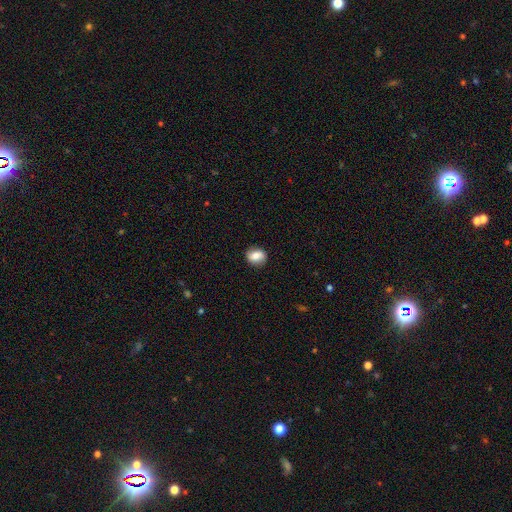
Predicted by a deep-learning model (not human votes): This appears to be a smooth galaxy with no disk features (75%) that is round (54%). Merging: none (85%).